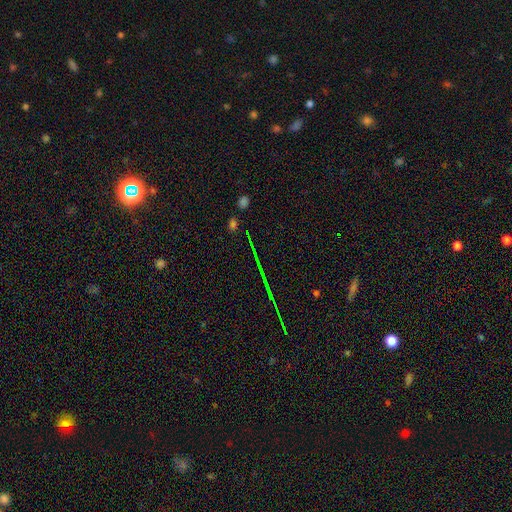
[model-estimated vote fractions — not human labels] Overall: star or artifact (74%).